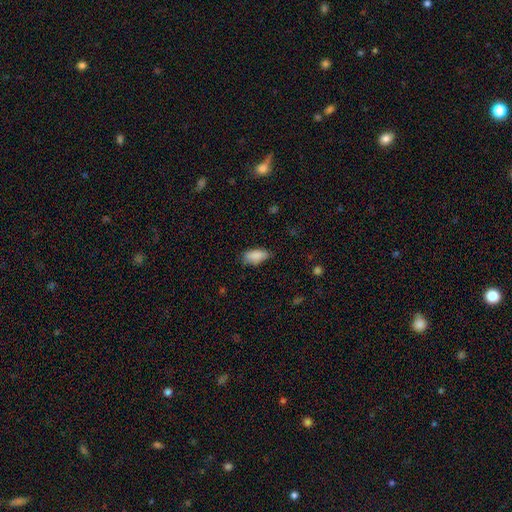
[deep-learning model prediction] This appears to be a smooth galaxy with no disk features (87%) that is in between round and cigar-shaped (87%). Merging: none (71%).